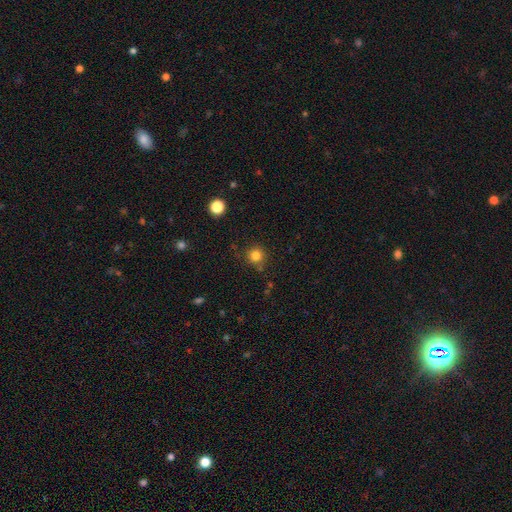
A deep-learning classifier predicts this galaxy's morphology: This is clearly a smooth galaxy (81%). How rounded: clearly round (93%). Merging: clearly none (82%).